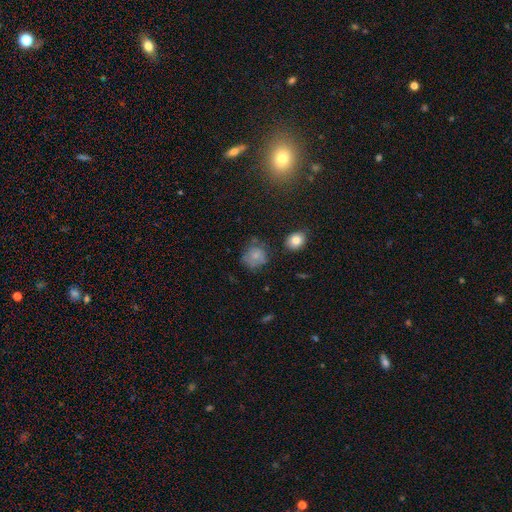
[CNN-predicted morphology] Smooth or featured?
  - smooth: 71% *
  - featured or disk: 18%
  - star or artifact: 12%
How rounded?
  - round: 76% *
  - in between: 23%
  - cigar-shaped: 1%
Merging?
  - none: 55% *
  - minor disturbance: 28%
  - major disturbance: 12%
  - merger: 5%